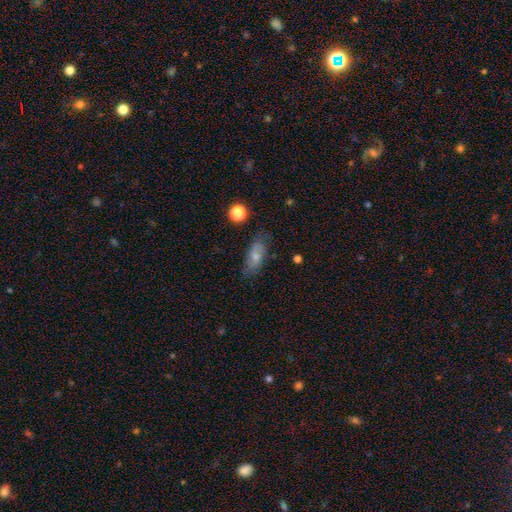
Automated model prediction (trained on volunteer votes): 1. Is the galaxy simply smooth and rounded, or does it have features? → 66% smooth, 26% featured or disk, 8% star or artifact.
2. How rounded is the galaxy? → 83% in between, 12% cigar-shaped, 5% round.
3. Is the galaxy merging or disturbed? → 73% none, 20% minor disturbance, 5% major disturbance, 2% merger.